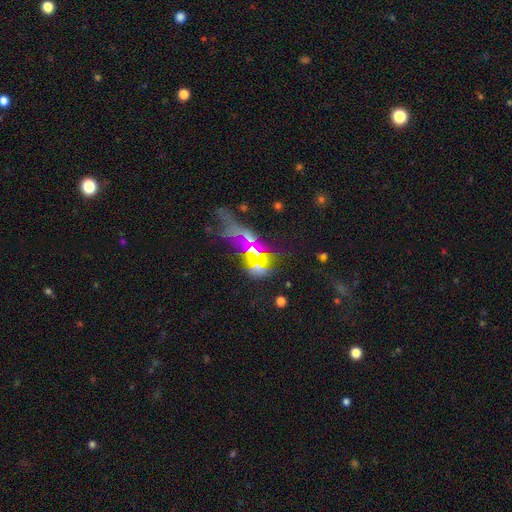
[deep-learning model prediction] The model was most divided on "smooth or featured": star or artifact: 50%, smooth: 26%, featured or disk: 25%.